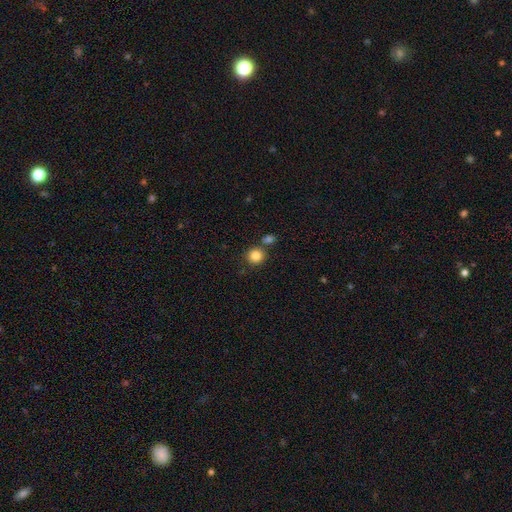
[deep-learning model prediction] smooth 85%, star or artifact 11%, featured or disk 5%. Down the decision tree: how rounded — round (91%); merging — none (76%).